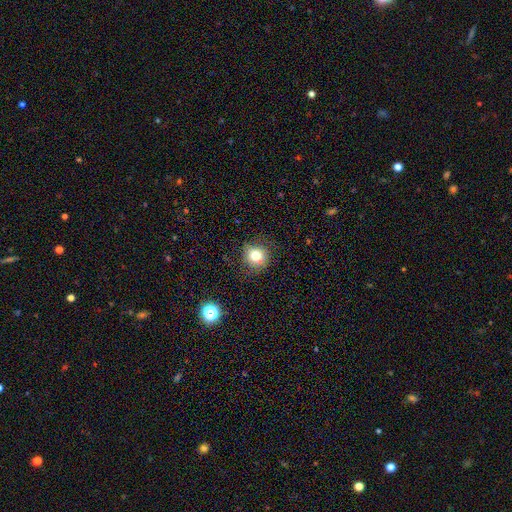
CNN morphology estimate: Smooth or featured? smooth (74%)
How rounded? round (87%)
Merging? none (82%)